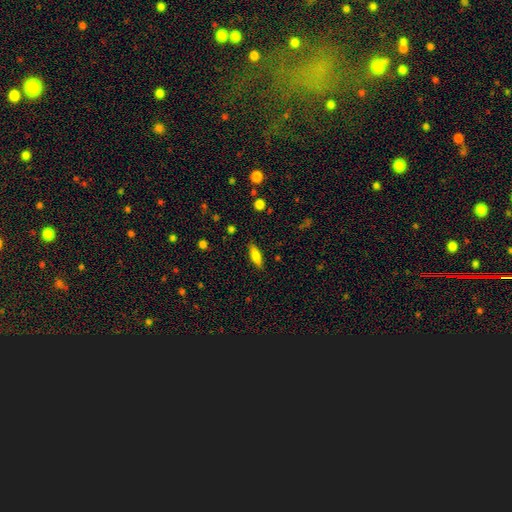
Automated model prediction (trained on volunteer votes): Smooth or featured: smooth — 75% (featured or disk — 18%)
How rounded: in between — 52% (cigar-shaped — 46%)
Merging: none — 86% (minor disturbance — 10%)